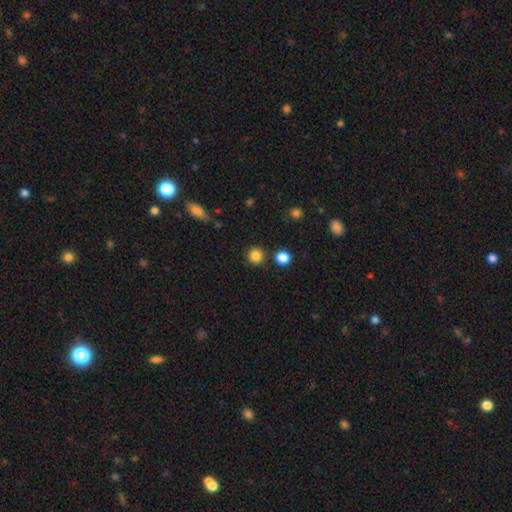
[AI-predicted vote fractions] Smooth or featured? smooth (84%)
How rounded? round (94%)
Merging? none (87%)